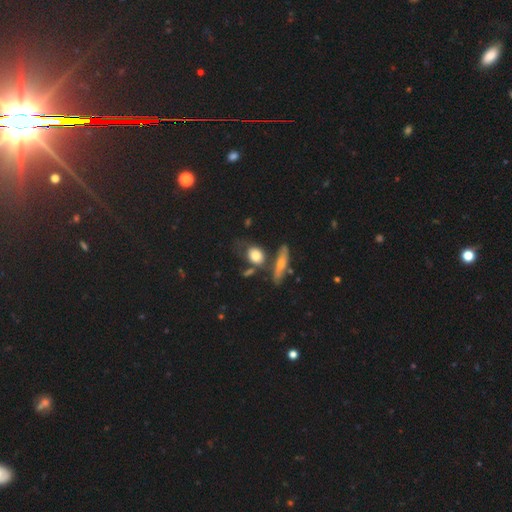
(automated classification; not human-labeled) Morphology: type=smooth (74%); roundness=in between (59%); merging=none (50%).